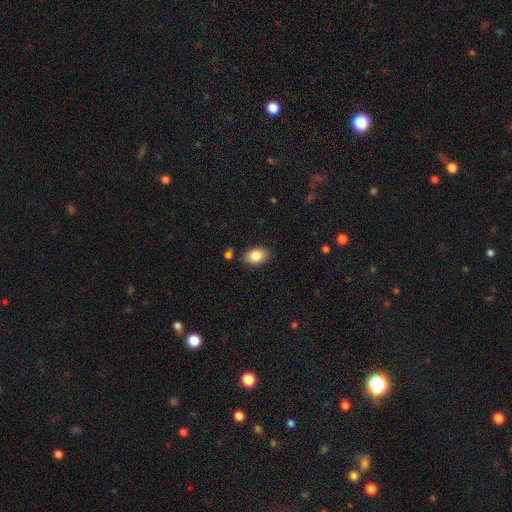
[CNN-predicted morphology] type=smooth (84%); roundness=in between (79%); merging=none (85%).